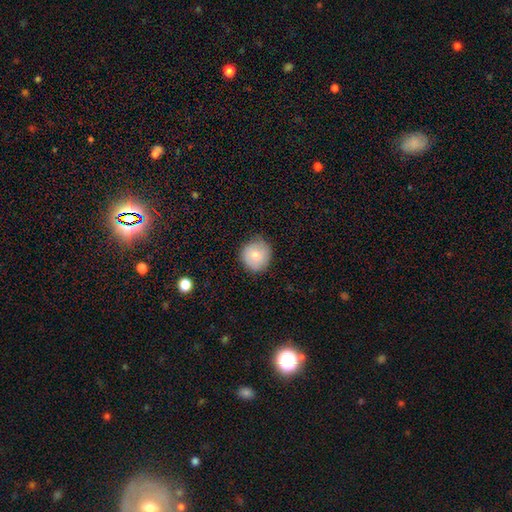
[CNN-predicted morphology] Overall: smooth (71%). How rounded: round (92%). Merging: none (79%).